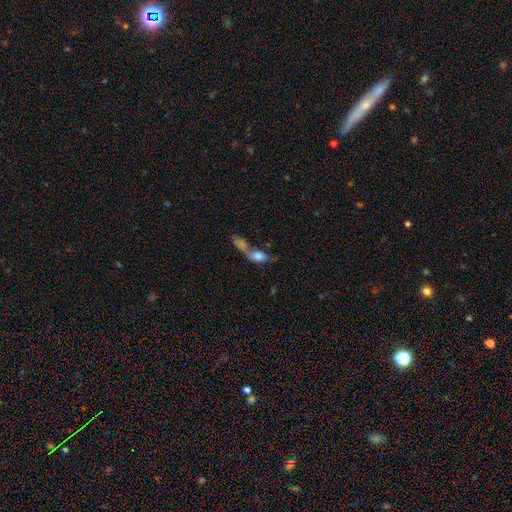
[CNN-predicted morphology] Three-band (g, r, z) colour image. It shows a smooth galaxy with no disk features (67%) that is in between round and cigar-shaped (76%). Merging: merger (69%).